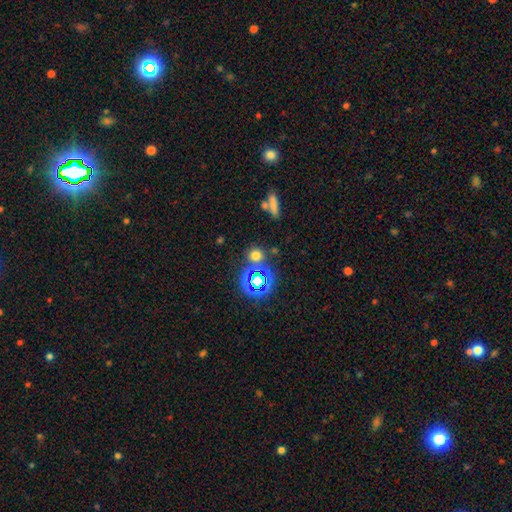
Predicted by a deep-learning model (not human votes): smooth_or_featured: smooth (p=0.61) [alt: star or artifact p=0.32]
how_rounded: round (p=0.82) [alt: in between p=0.16]
merging: none (p=0.72) [alt: merger p=0.14]